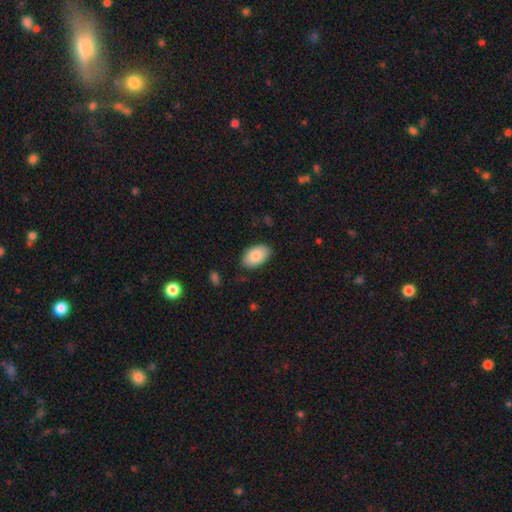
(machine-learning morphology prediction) This is clearly a smooth galaxy (86%). How rounded: clearly in between (94%). Merging: clearly none (84%).